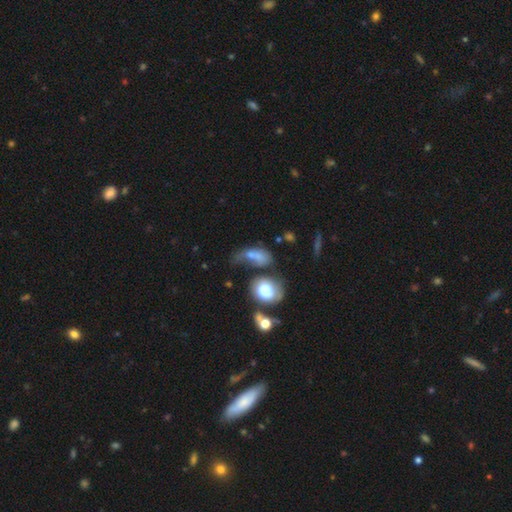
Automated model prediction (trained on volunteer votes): smooth-or-featured: smooth: 64% | featured or disk: 23% | star or artifact: 13%
  how-rounded: in between: 75% | round: 19% | cigar-shaped: 6%
  merging: merger: 33% | major disturbance: 29% | none: 20% | minor disturbance: 18%